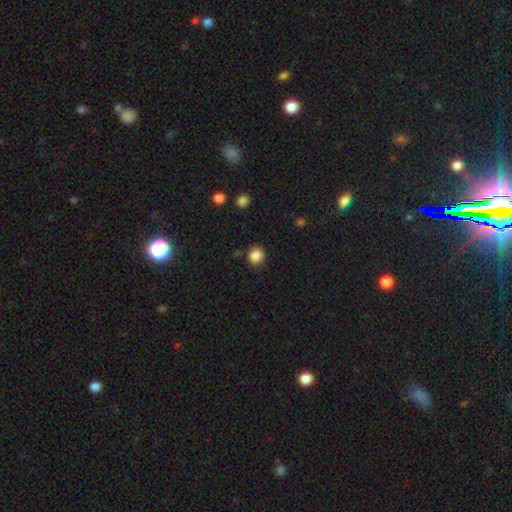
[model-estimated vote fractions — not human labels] smooth_or_featured: smooth (p=0.86) [alt: star or artifact p=0.10]
how_rounded: round (p=0.70) [alt: in between p=0.29]
merging: none (p=0.82) [alt: minor disturbance p=0.13]